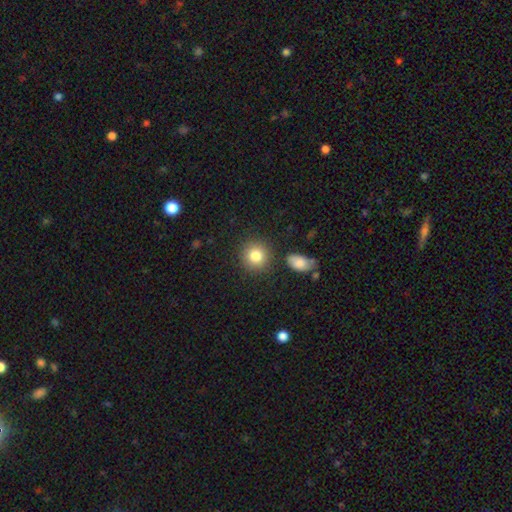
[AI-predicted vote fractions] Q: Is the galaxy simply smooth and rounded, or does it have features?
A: smooth — 83%.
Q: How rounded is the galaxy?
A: round — 89%.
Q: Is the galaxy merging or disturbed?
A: none — 84%.